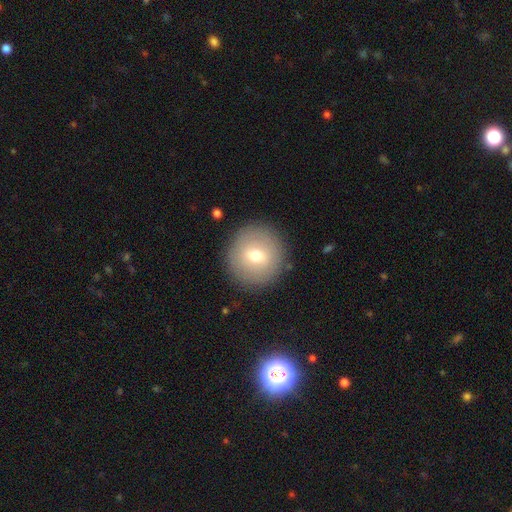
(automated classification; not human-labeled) smooth-or-featured: smooth: 68% | featured or disk: 24% | star or artifact: 9%
  how-rounded: round: 94% | in between: 5% | cigar-shaped: 1%
  merging: none: 89% | minor disturbance: 7% | major disturbance: 3% | merger: 1%